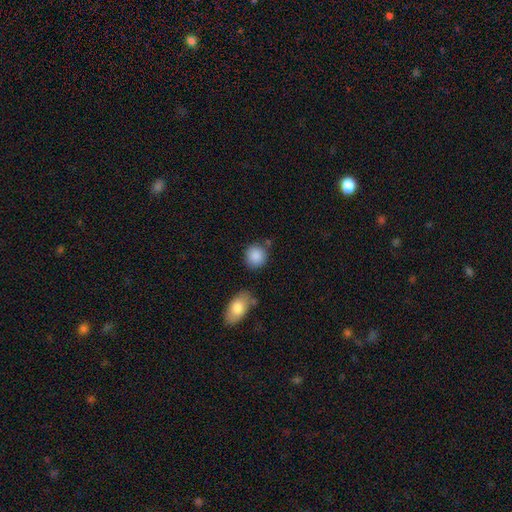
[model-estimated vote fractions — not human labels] A smooth galaxy with no disk features (88%) that is round (85%). Merging: none (76%).